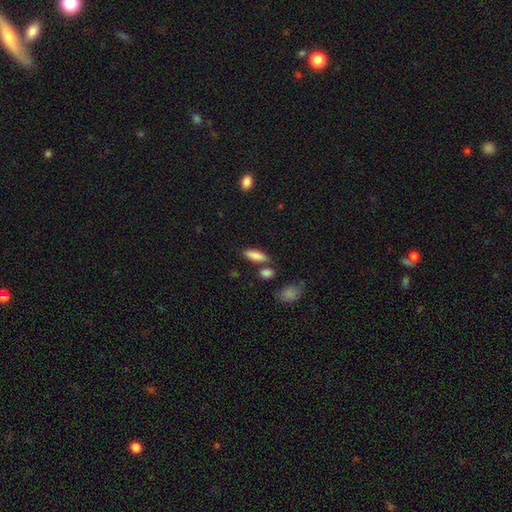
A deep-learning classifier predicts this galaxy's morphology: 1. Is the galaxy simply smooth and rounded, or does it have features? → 84% smooth, 9% featured or disk, 7% star or artifact.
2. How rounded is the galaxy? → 60% in between, 37% cigar-shaped, 3% round.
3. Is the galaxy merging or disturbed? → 71% none, 13% minor disturbance, 12% merger, 4% major disturbance.